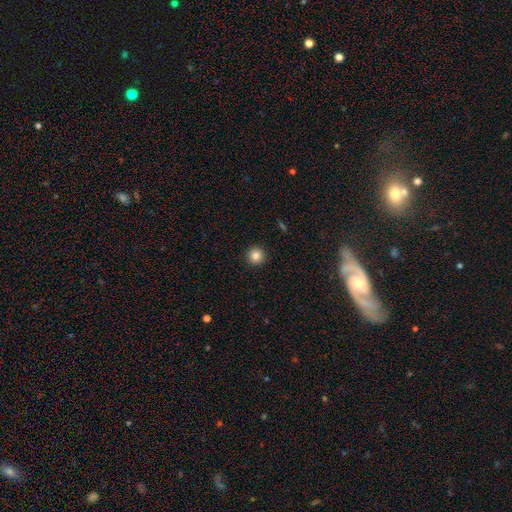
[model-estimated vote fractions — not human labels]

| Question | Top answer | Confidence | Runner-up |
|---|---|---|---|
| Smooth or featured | smooth | 85% | star or artifact (10%) |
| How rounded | round | 96% | in between (3%) |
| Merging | none | 93% | minor disturbance (4%) |